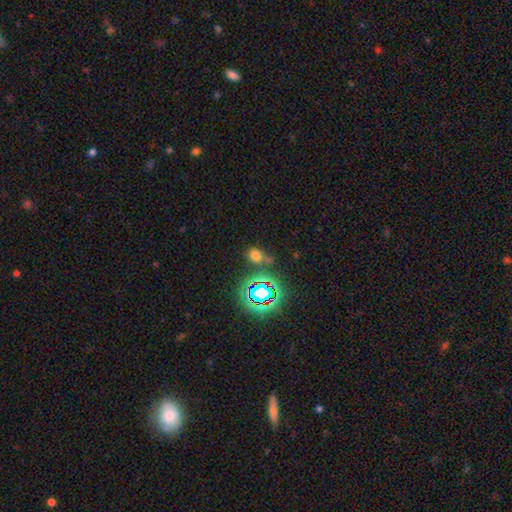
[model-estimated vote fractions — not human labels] Smooth or featured: smooth — 59% (star or artifact — 34%)
How rounded: round — 55% (in between — 43%)
Merging: none — 67% (minor disturbance — 14%)